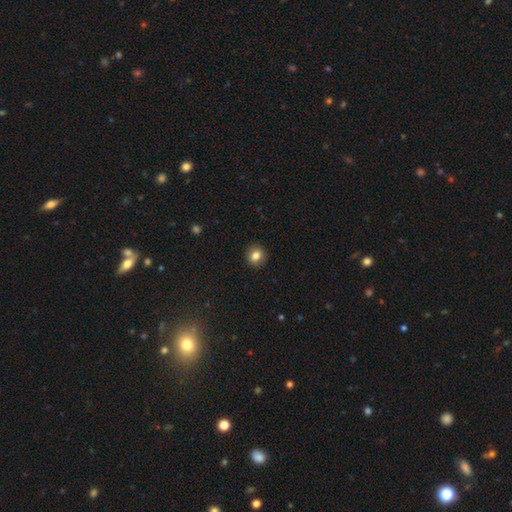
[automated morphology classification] This is clearly a smooth galaxy (83%). How rounded: clearly round (83%). Merging: clearly none (91%).